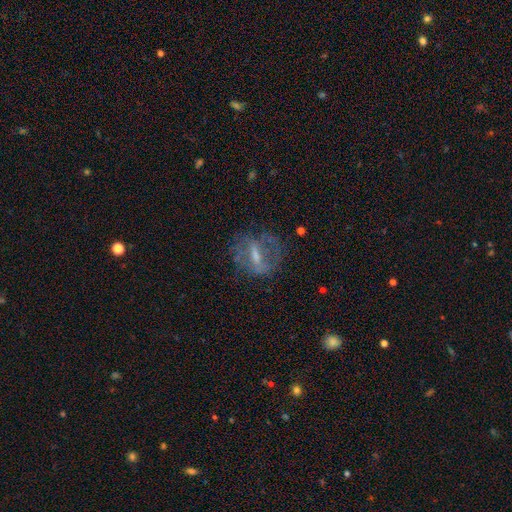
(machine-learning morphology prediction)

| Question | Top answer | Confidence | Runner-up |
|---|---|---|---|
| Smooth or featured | featured or disk | 61% | smooth (26%) |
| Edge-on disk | no | 87% | yes (13%) |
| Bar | strong | 40% | weak (38%) |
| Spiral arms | no | 65% | yes (35%) |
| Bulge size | small | 38% | moderate (36%) |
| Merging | none | 60% | major disturbance (19%) |